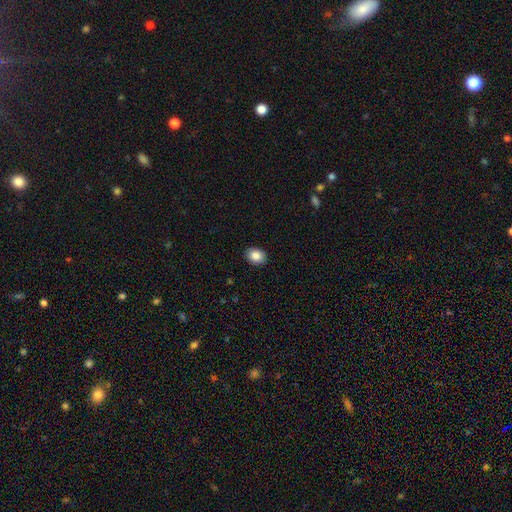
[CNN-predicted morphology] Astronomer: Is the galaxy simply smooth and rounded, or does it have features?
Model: smooth — 87%.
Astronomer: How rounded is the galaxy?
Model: in between — 59% (runner-up: round, 40%).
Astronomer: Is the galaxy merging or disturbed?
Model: none — 90%.